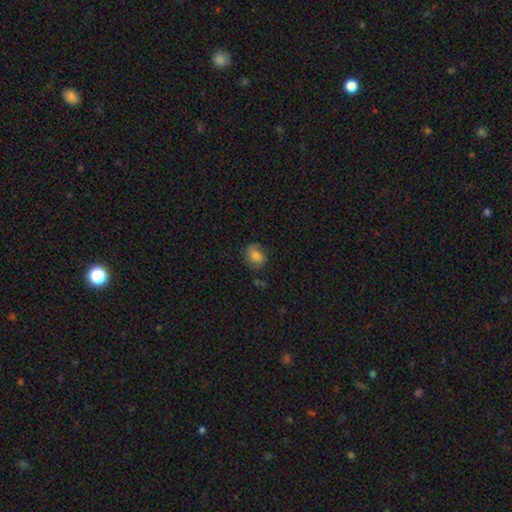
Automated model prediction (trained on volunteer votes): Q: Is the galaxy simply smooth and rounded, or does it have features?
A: smooth — 67%.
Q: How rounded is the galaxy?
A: in between — 59%.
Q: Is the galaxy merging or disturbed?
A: none — 69%.